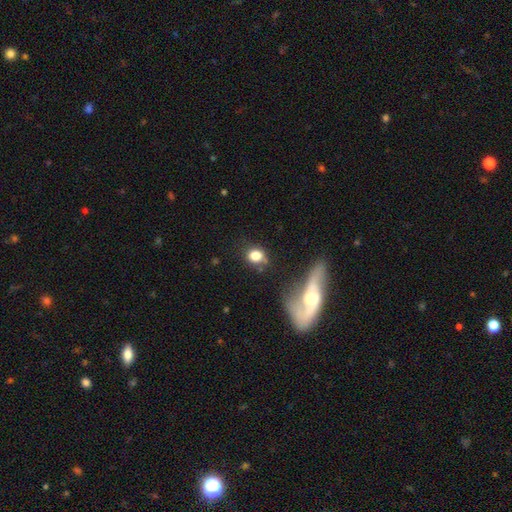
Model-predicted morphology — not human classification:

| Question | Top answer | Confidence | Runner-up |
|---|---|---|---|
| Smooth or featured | smooth | 79% | star or artifact (11%) |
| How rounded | round | 63% | in between (35%) |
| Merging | none | 62% | minor disturbance (19%) |